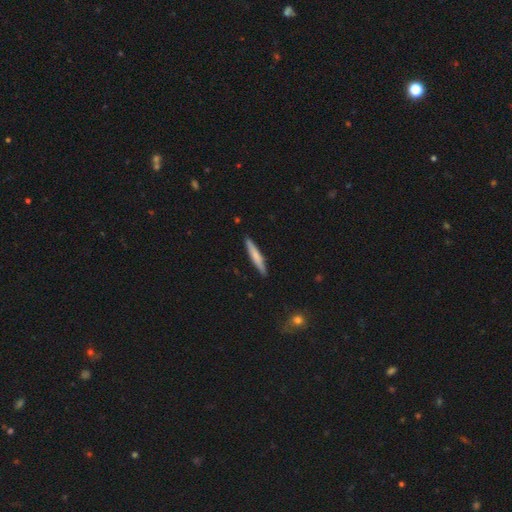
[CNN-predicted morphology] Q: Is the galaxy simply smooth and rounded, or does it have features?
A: smooth — 63%.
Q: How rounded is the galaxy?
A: cigar-shaped — 94%.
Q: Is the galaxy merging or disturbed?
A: none — 89%.